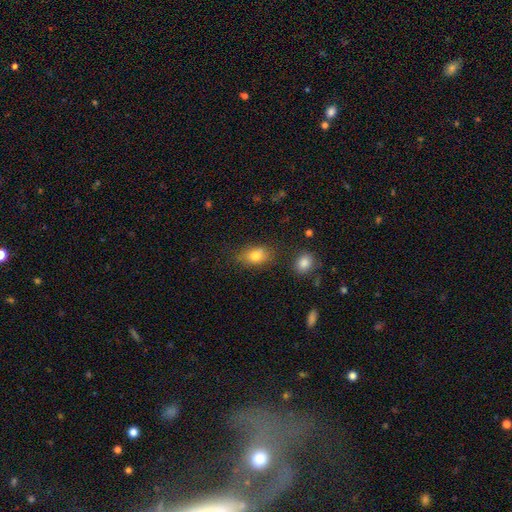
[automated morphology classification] This is clearly a smooth galaxy (80%). How rounded: likely in between (79%). Merging: likely none (70%).